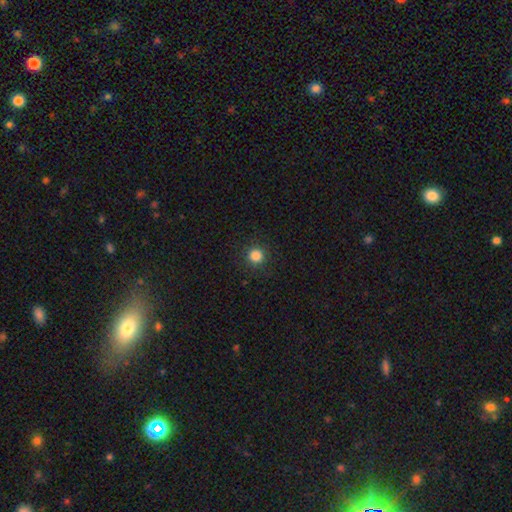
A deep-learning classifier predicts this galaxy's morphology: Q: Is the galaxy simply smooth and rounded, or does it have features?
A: smooth — 84%.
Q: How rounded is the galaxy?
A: round — 95%.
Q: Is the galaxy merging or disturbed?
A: none — 91%.